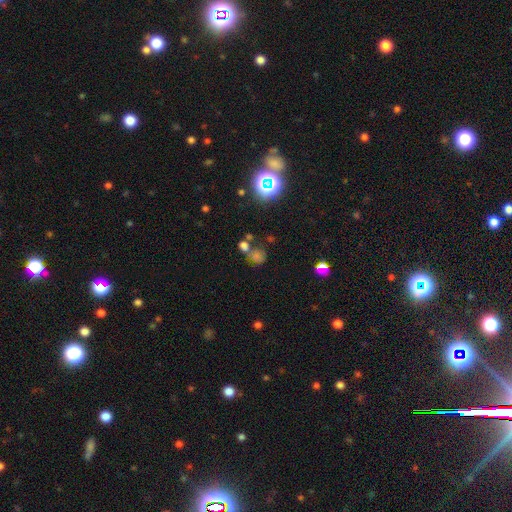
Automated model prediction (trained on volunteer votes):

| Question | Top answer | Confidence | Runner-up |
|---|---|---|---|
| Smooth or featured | star or artifact | 45% | smooth (42%) |